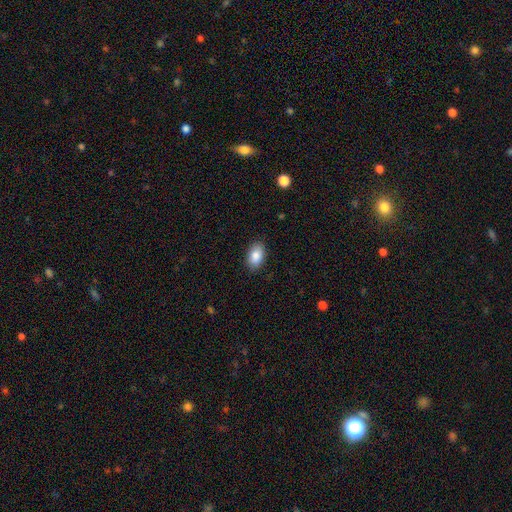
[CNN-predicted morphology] Overall: smooth (87%). How rounded: in between (92%). Merging: none (87%).